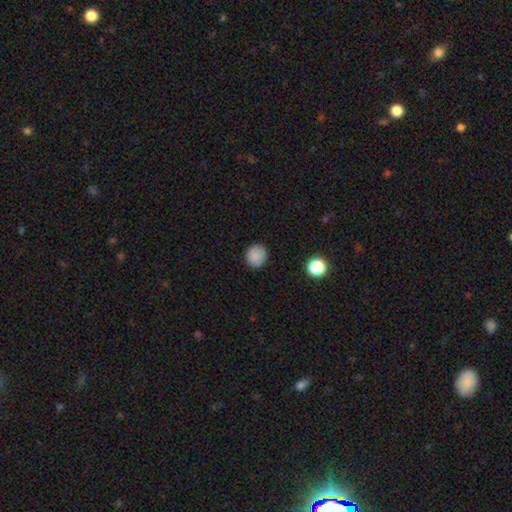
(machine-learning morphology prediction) Overall: smooth (86%). How rounded: round (84%). Merging: none (89%).